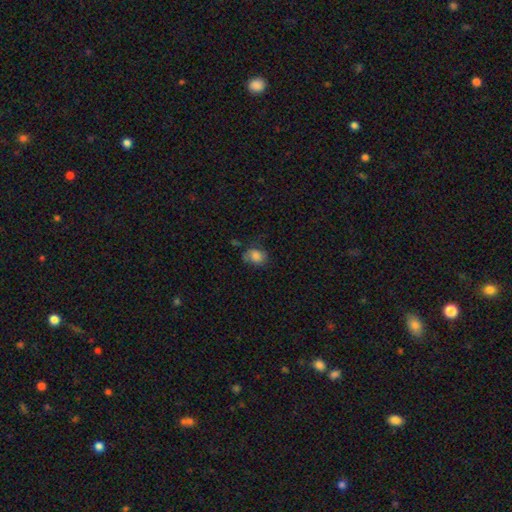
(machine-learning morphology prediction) Overall: smooth (79%). How rounded: in between (60%; round 39%). Merging: none (56%; minor disturbance 29%).